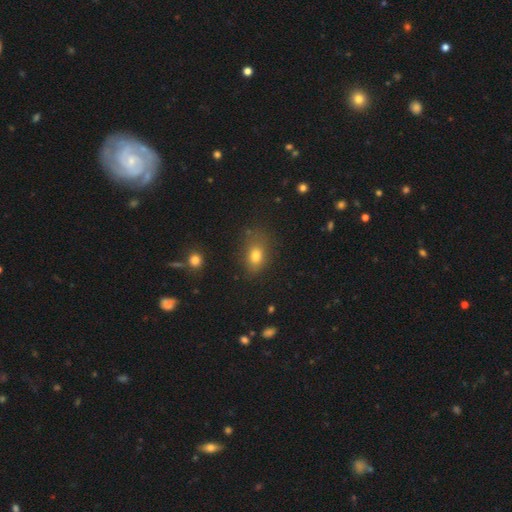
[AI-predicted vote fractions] smooth_or_featured: smooth (p=0.78) [alt: star or artifact p=0.13]
how_rounded: in between (p=0.70) [alt: round p=0.29]
merging: none (p=0.71) [alt: minor disturbance p=0.18]